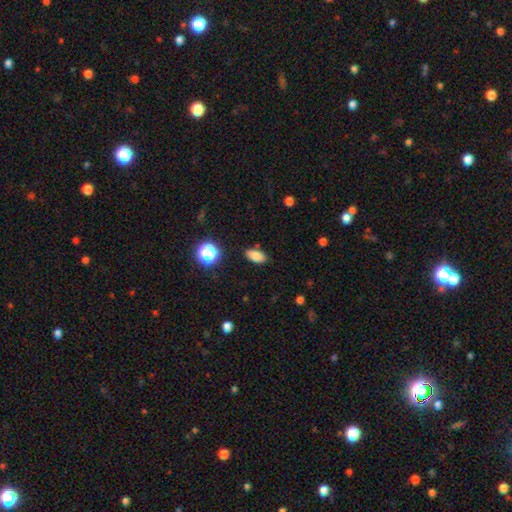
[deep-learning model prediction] Smooth or featured?
  - smooth: 83% *
  - star or artifact: 11%
  - featured or disk: 6%
How rounded?
  - in between: 88% *
  - round: 6%
  - cigar-shaped: 5%
Merging?
  - none: 85% *
  - minor disturbance: 10%
  - major disturbance: 3%
  - merger: 2%